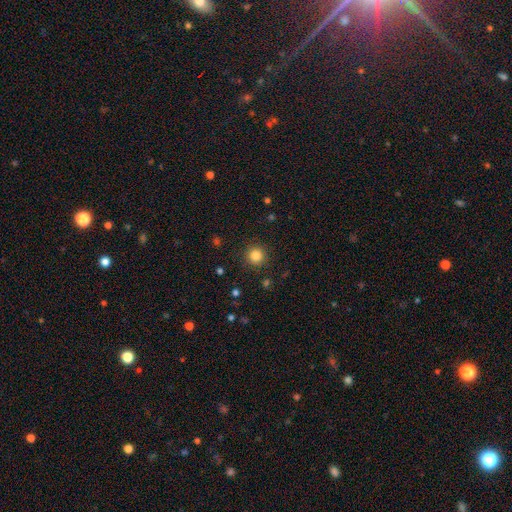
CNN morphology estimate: This is clearly a smooth galaxy (84%). How rounded: clearly round (95%). Merging: clearly none (90%).